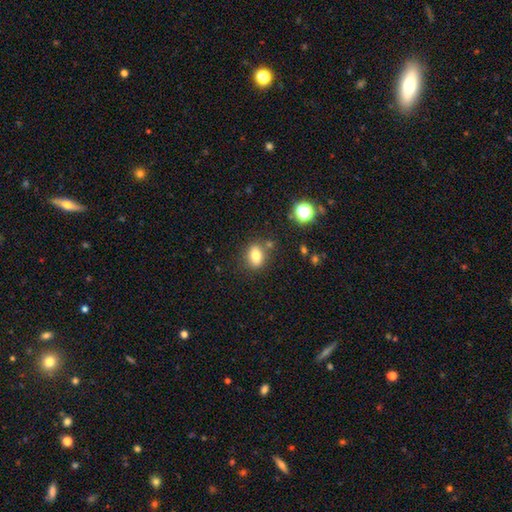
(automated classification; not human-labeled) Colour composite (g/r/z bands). It shows a smooth galaxy with no disk features (78%) that is in between round and cigar-shaped (70%). Merging: none (77%).